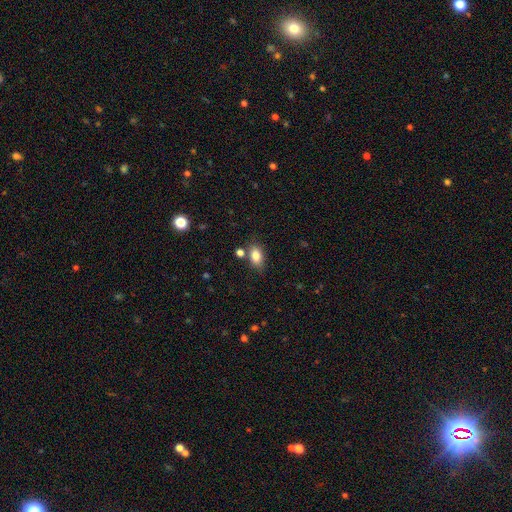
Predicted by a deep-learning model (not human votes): Smooth or featured?
  - smooth: 83% *
  - star or artifact: 9%
  - featured or disk: 9%
How rounded?
  - in between: 87% *
  - round: 9%
  - cigar-shaped: 3%
Merging?
  - none: 75% *
  - minor disturbance: 13%
  - merger: 9%
  - major disturbance: 3%